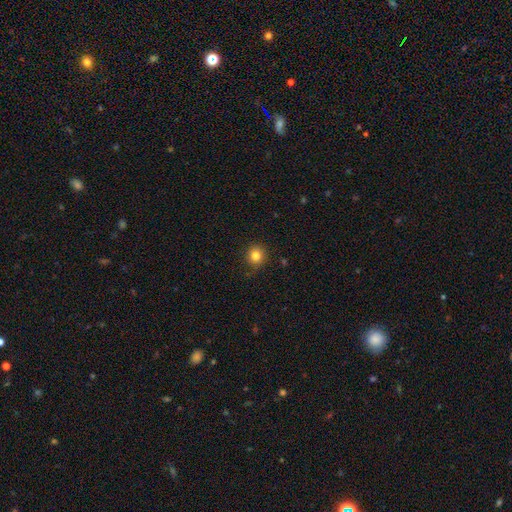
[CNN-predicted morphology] A smooth galaxy with no disk features (82%) that is round (89%). Merging: none (86%).